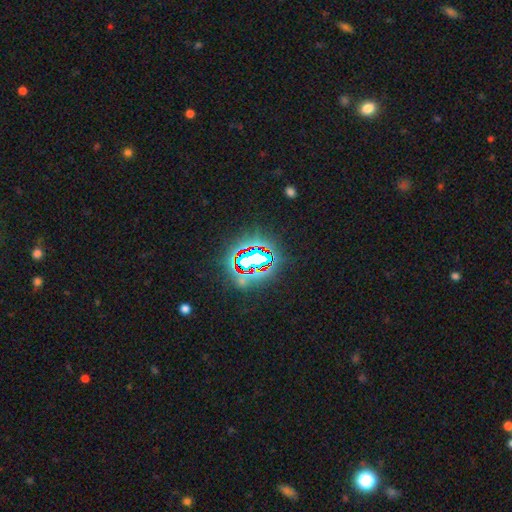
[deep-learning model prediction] Overall: star or artifact (76%).